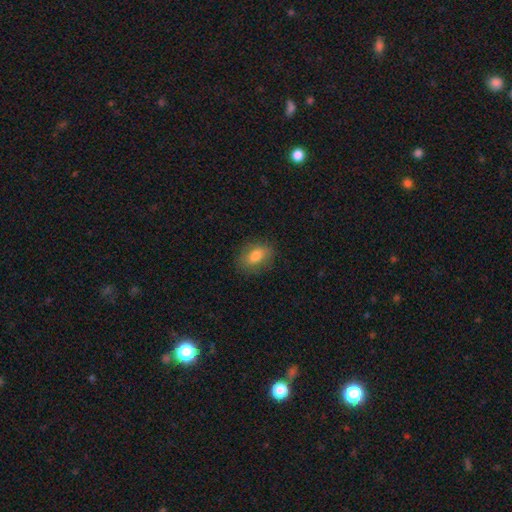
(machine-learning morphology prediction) Smooth or featured? smooth (77%)
How rounded? in between (79%)
Merging? none (83%)